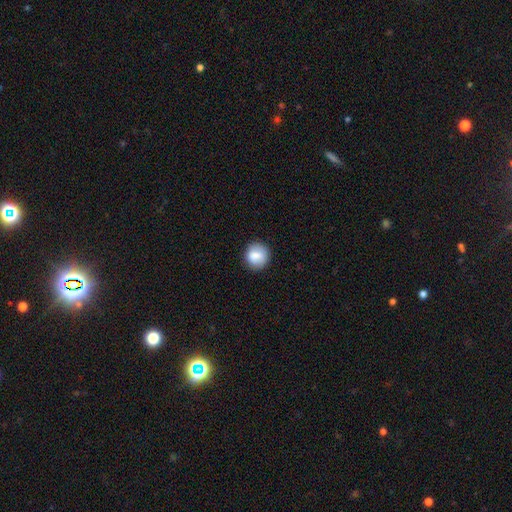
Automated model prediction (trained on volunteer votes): Smooth or featured: smooth — 84% (featured or disk — 9%)
How rounded: round — 86% (in between — 13%)
Merging: none — 85% (minor disturbance — 11%)